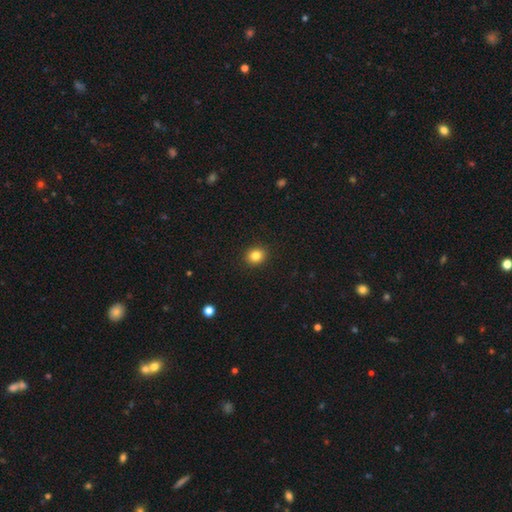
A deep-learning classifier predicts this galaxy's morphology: Smooth or featured? Predicted: smooth (p=0.83). How rounded? Predicted: round (p=0.71). Merging? Predicted: none (p=0.91).